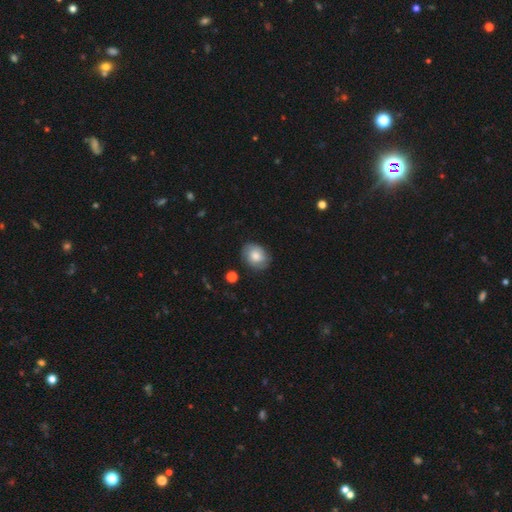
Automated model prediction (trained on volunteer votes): smooth_or_featured: smooth (p=0.57) [alt: featured or disk p=0.35]
how_rounded: in between (p=0.60) [alt: round p=0.39]
merging: none (p=0.78) [alt: minor disturbance p=0.16]